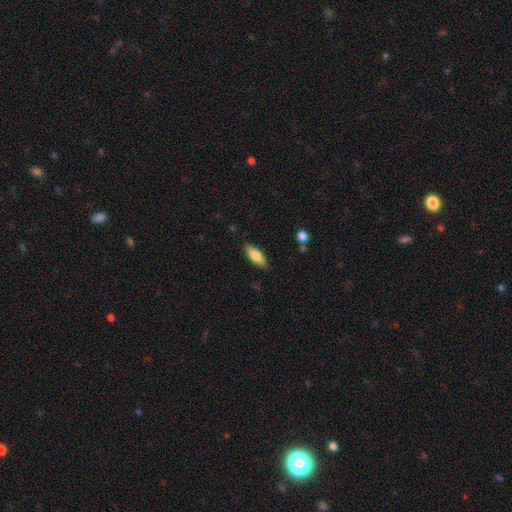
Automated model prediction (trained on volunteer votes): smooth 77%, featured or disk 17%, star or artifact 6%. Down the decision tree: how rounded — in between (70%); merging — none (86%).